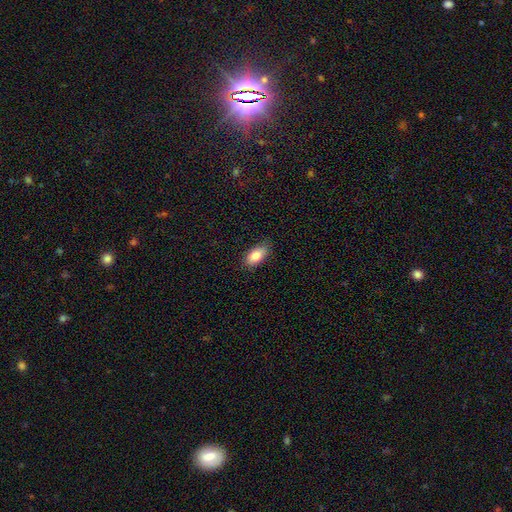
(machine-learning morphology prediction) type=smooth (84%); roundness=in between (90%); merging=none (84%).